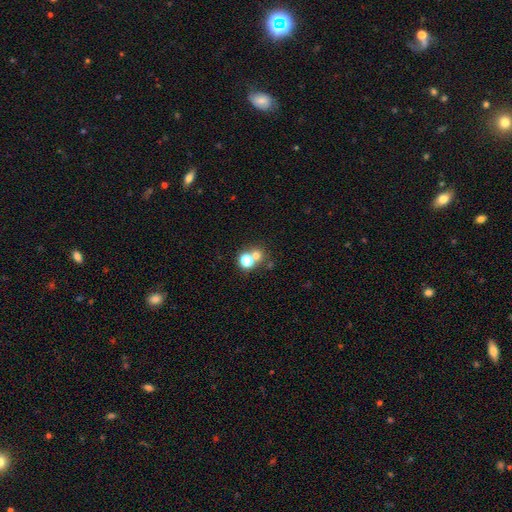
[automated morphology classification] A smooth galaxy with no disk features (66%) that is round (85%). Merging: none (51%).